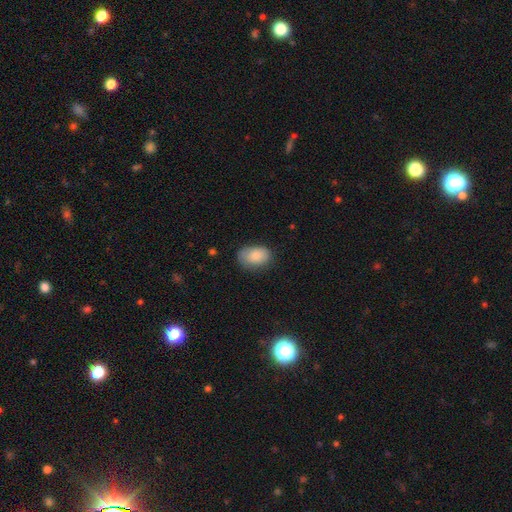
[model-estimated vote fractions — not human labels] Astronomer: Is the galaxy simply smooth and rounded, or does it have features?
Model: smooth — 85%.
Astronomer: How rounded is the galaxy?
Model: in between — 85%.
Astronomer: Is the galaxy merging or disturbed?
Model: none — 74%.